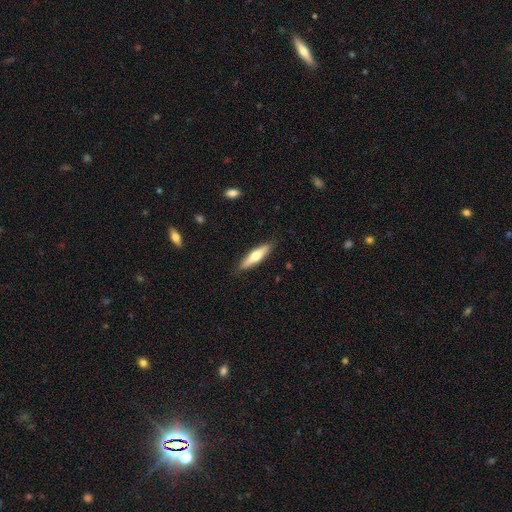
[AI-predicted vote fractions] The model was most divided on "smooth or featured": smooth: 55%, featured or disk: 40%, star or artifact: 5%. More confident: merging — none (88%); how rounded — cigar-shaped (75%).